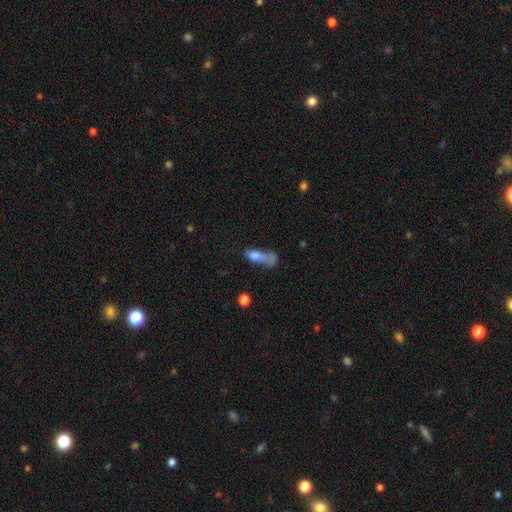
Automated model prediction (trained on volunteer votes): A smooth galaxy with no disk features (66%) that is in between round and cigar-shaped (58%). Merging: major disturbance (37%).